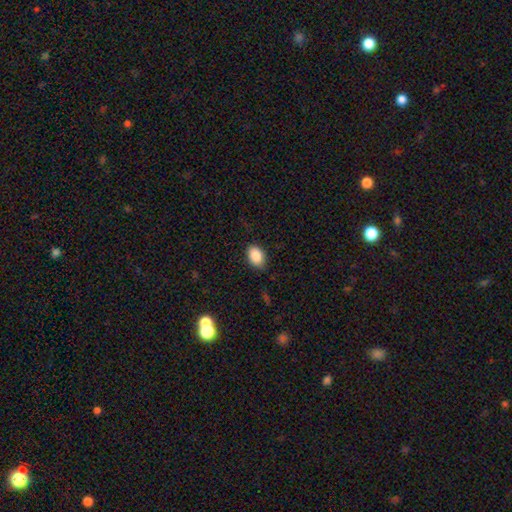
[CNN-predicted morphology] smooth 88%, star or artifact 8%, featured or disk 4%. Down the decision tree: how rounded — in between (86%); merging — none (83%).